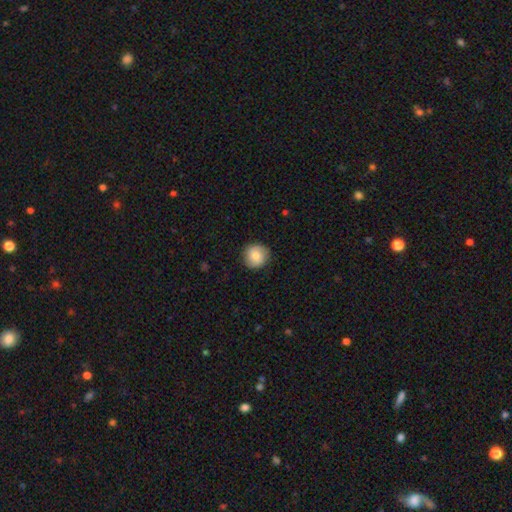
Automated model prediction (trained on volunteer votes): Smooth or featured: smooth — 78% (featured or disk — 14%)
How rounded: round — 93% (in between — 6%)
Merging: none — 87% (minor disturbance — 10%)